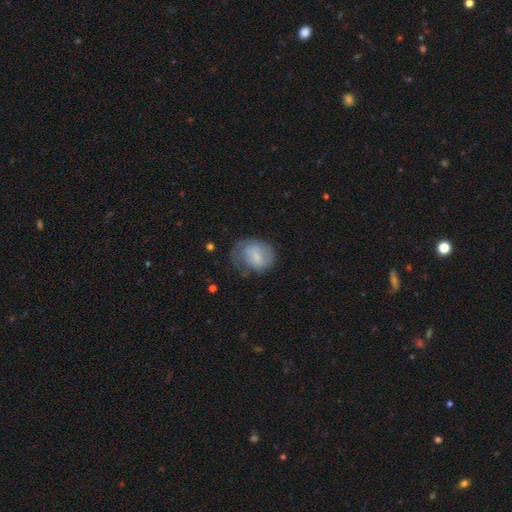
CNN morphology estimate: A smooth galaxy with no disk features (60%) that is in between round and cigar-shaped (53%).

Vote fractions:
- Smooth or featured? smooth: 60% / featured or disk: 32% / star or artifact: 8%
- How rounded? in between: 53% / round: 46% / cigar-shaped: 1%
- Merging? none: 46% / minor disturbance: 32% / major disturbance: 21% / merger: 2%